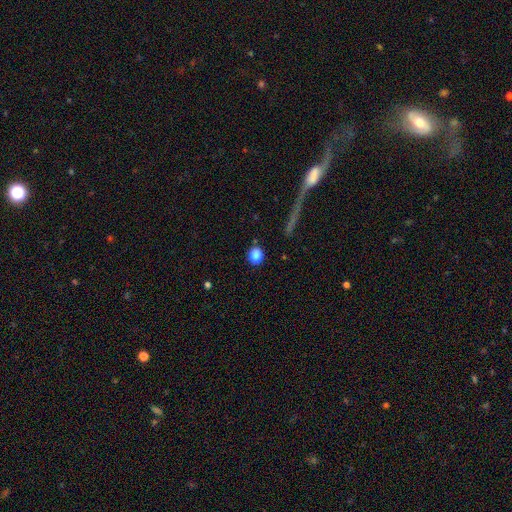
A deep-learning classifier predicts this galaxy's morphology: Smooth or featured?
  - smooth: 84% *
  - star or artifact: 10%
  - featured or disk: 6%
How rounded?
  - round: 75% *
  - in between: 23%
  - cigar-shaped: 2%
Merging?
  - none: 88% *
  - minor disturbance: 7%
  - major disturbance: 2%
  - merger: 2%